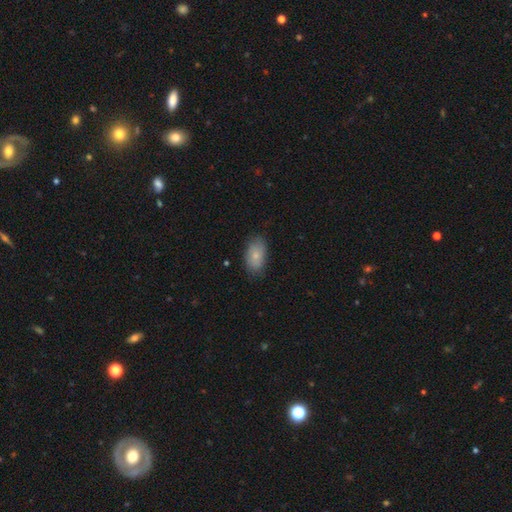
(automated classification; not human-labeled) A smooth galaxy with no disk features (76%) that is in between round and cigar-shaped (92%). Merging: none (78%).